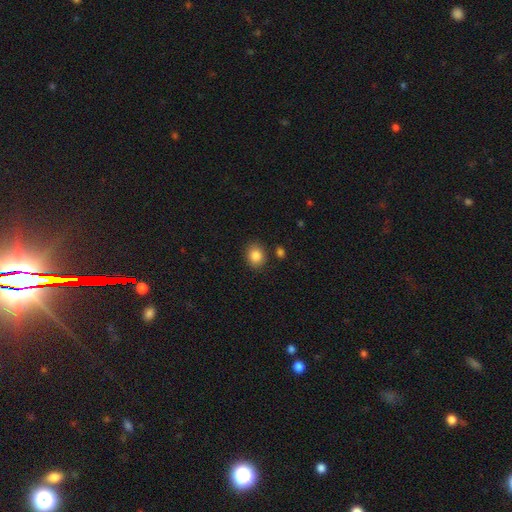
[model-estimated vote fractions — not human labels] The model was most divided on "how rounded": round: 59%, in between: 40%, cigar-shaped: 1%. More confident: smooth or featured — smooth (85%); merging — none (84%).